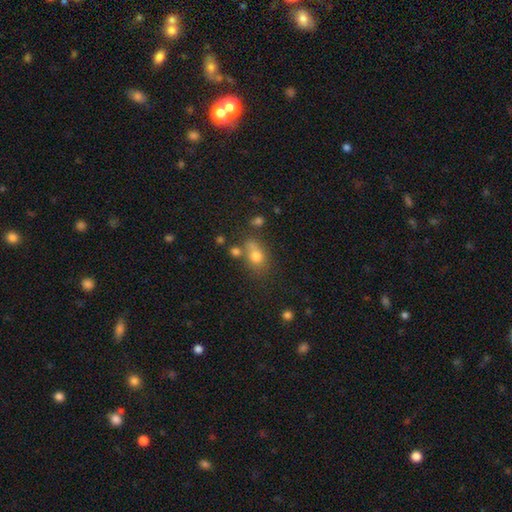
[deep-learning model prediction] Overall: smooth (74%). How rounded: in between (55%; round 42%). Merging: none (48%; merger 24%).